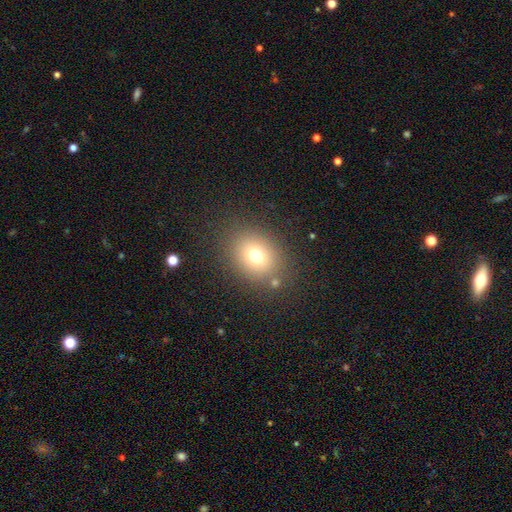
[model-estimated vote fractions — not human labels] A smooth galaxy with no disk features (73%) that is round (54%).

Vote fractions:
- Smooth or featured? smooth: 73% / star or artifact: 15% / featured or disk: 12%
- How rounded? round: 54% / in between: 45% / cigar-shaped: 1%
- Merging? none: 81% / minor disturbance: 10% / major disturbance: 5% / merger: 4%